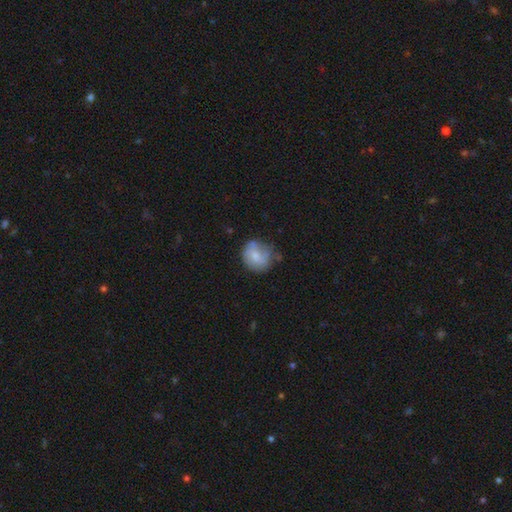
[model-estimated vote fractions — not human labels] This is likely a smooth galaxy (62%). How rounded: likely round (76%). Merging: possibly none (54%).